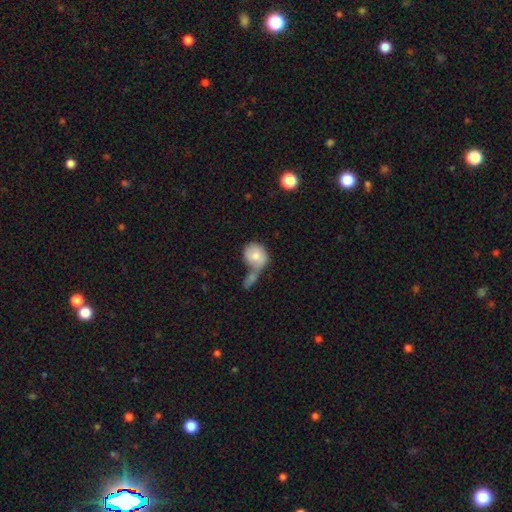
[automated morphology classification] Smooth or featured: smooth — 76% (featured or disk — 18%)
How rounded: round — 67% (in between — 32%)
Merging: merger — 58% (none — 20%)